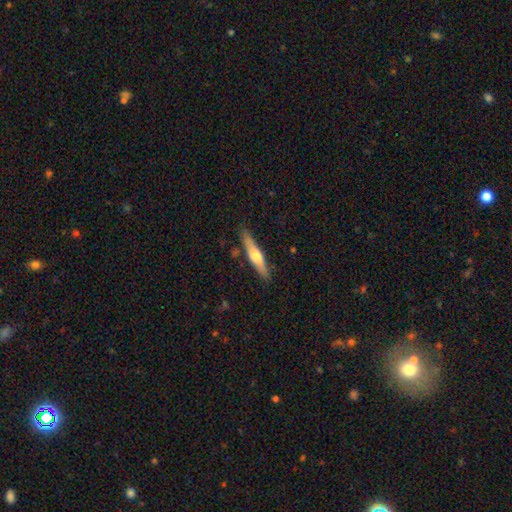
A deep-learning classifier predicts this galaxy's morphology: A featured or disk galaxy (53%) viewed edge-on (94%) with a rounded central bulge (90%). Merging: none (87%).